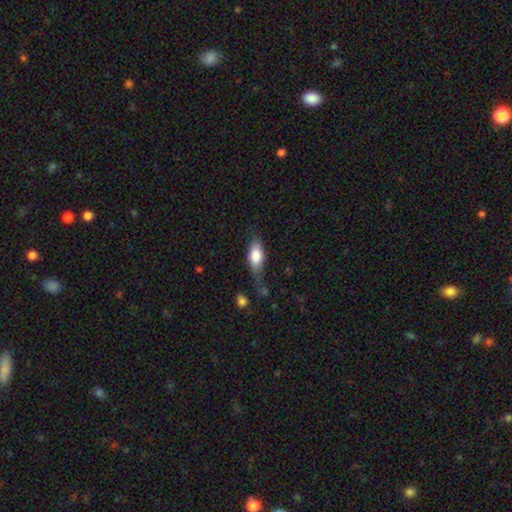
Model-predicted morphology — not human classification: Overall: smooth (75%). How rounded: in between (81%). Merging: none (47%; minor disturbance 30%).